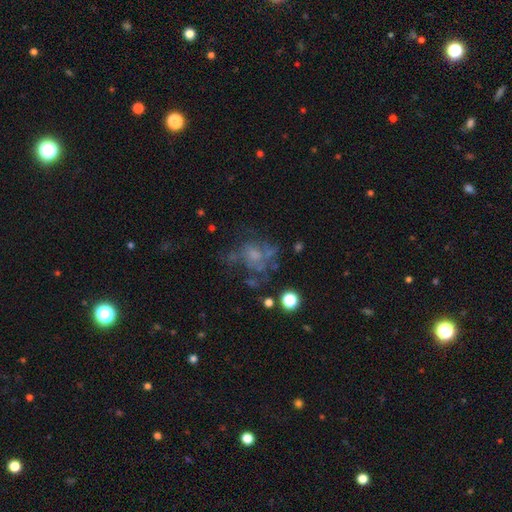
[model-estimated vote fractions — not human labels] Q: Smooth or featured?
A: featured or disk (49%); runner-up: smooth (31%)
Q: Merging?
A: none (41%); runner-up: major disturbance (31%)